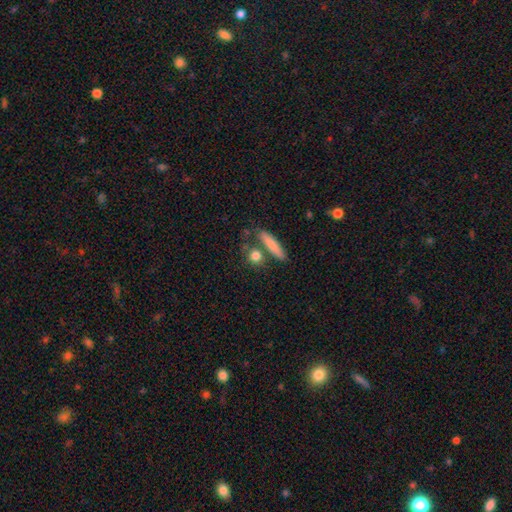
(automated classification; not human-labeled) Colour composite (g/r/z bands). It shows a smooth galaxy with no disk features (81%) that is round (59%). Merging: none (70%).